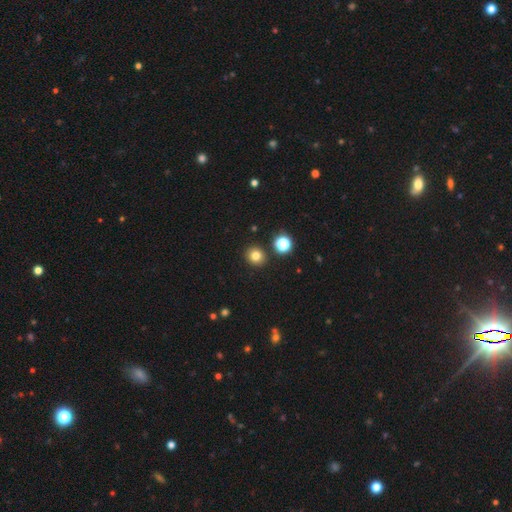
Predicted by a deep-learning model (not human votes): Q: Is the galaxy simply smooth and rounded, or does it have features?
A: smooth — 78%.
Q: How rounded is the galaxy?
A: round — 87%.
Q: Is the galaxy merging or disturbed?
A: none — 89%.